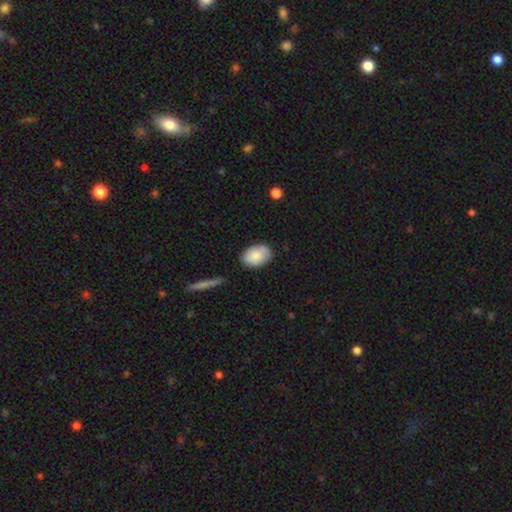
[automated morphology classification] This appears to be a smooth galaxy with no disk features (84%) that is in between round and cigar-shaped (86%). Merging: none (79%).